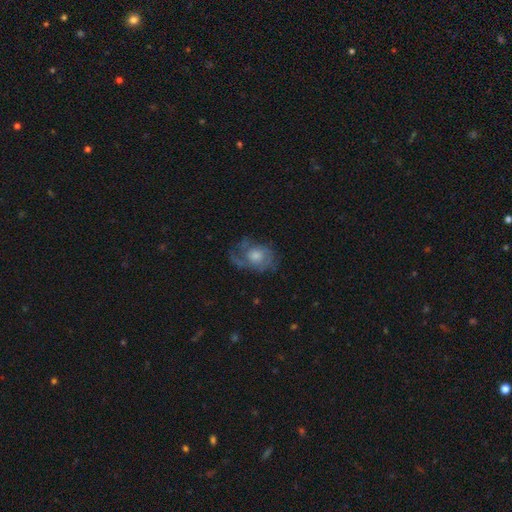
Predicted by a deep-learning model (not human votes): Smooth or featured? featured or disk (64%)
Edge-on disk? no (96%)
Bar? no (79%)
Spiral arms? yes (77%)
Bulge size? moderate (52%)
Merging? none (58%)